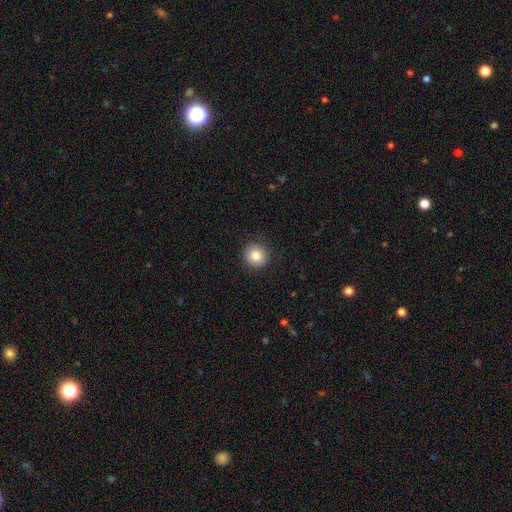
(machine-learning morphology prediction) smooth_or_featured: smooth (p=0.83) [alt: star or artifact p=0.09]
how_rounded: round (p=0.93) [alt: in between p=0.06]
merging: none (p=0.89) [alt: minor disturbance p=0.07]